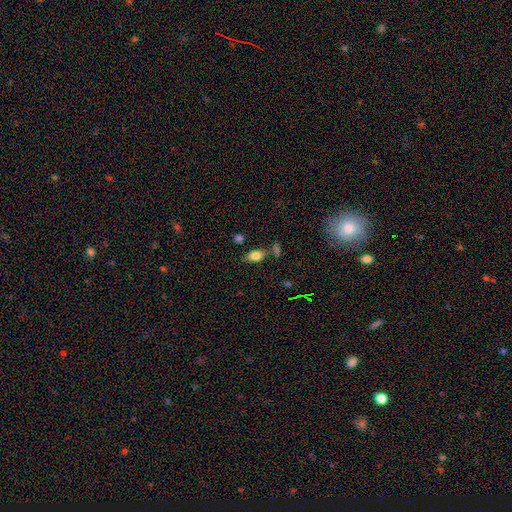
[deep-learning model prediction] Smooth or featured: smooth — 72% (featured or disk — 18%)
How rounded: in between — 82% (round — 10%)
Merging: none — 69% (minor disturbance — 17%)